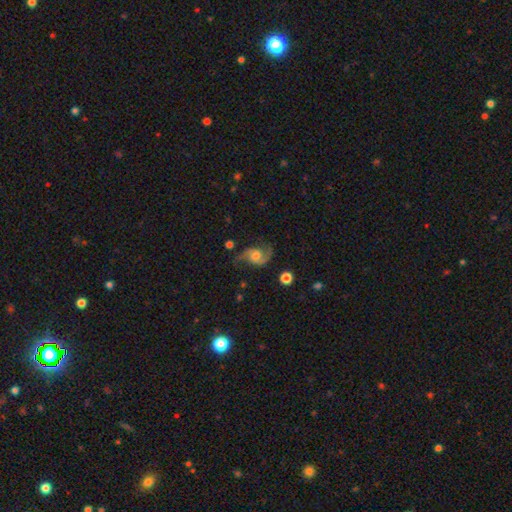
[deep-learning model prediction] This is likely a featured or disk galaxy (78%). It is clearly not viewed edge-on (97%). Bar: likely no (62%). Spiral arm pattern: clearly yes (95%). Spiral arm count: clearly 2 (90%). Spiral winding: possibly loose (60%). Central bulge: possibly moderate (50%). Merging: likely none (66%).